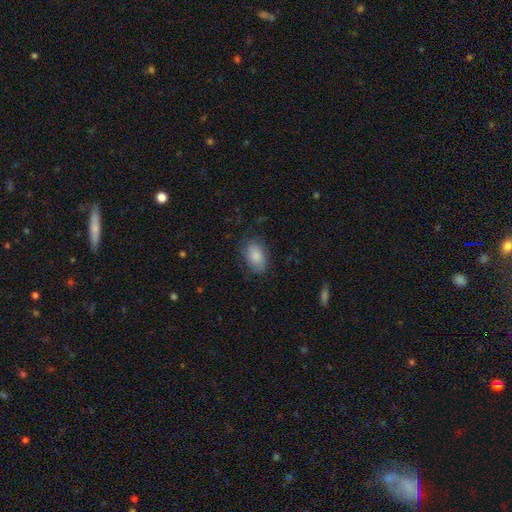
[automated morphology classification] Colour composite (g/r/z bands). It shows a smooth galaxy with no disk features (84%) that is in between round and cigar-shaped (91%). Merging: none (76%).